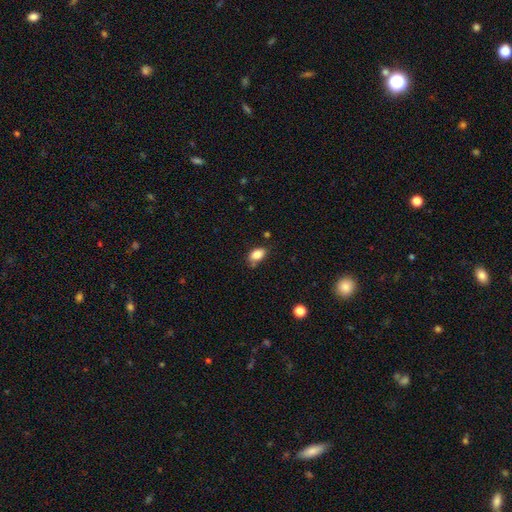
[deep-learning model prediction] smooth 86%, star or artifact 9%, featured or disk 6%. Down the decision tree: how rounded — in between (88%); merging — none (71%).